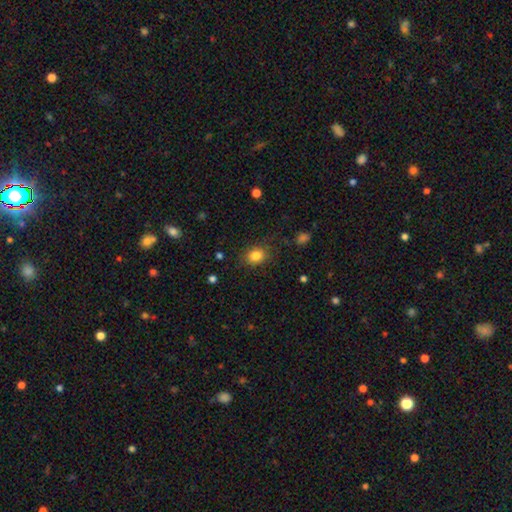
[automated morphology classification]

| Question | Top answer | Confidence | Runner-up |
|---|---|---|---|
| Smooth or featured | smooth | 83% | star or artifact (11%) |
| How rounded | in between | 59% | round (40%) |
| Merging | none | 81% | minor disturbance (14%) |